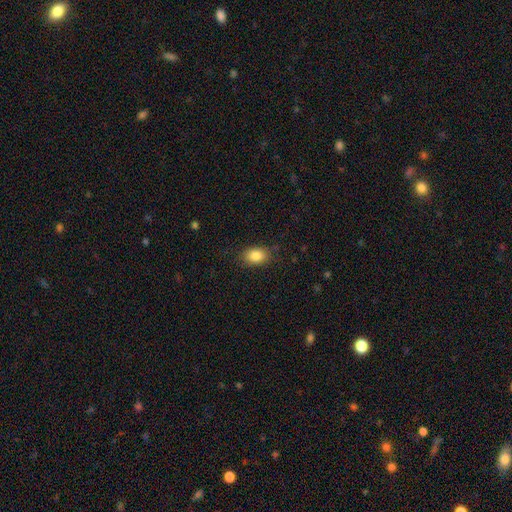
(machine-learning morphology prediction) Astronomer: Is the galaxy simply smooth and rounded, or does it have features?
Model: smooth — 85%.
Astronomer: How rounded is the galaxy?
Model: in between — 78%.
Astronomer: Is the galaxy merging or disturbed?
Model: none — 82%.